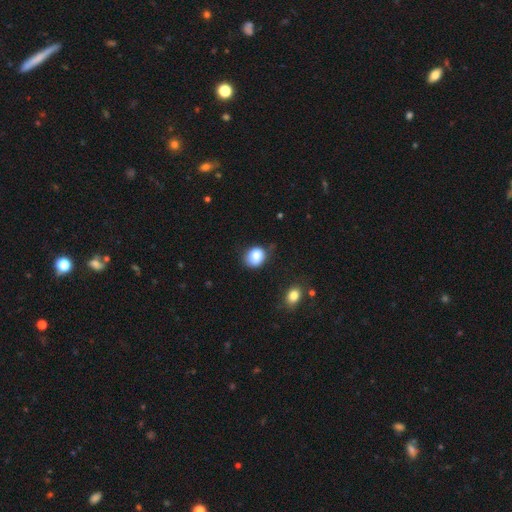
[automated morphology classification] This is clearly a smooth galaxy (84%). How rounded: possibly round (60%). Merging: likely none (68%).